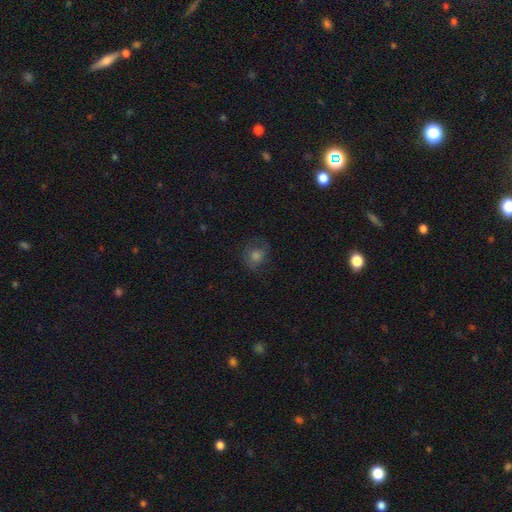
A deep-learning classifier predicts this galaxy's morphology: smooth-or-featured: smooth: 47% | featured or disk: 33% | star or artifact: 20%
  merging: none: 69% | minor disturbance: 18% | major disturbance: 11% | merger: 1%